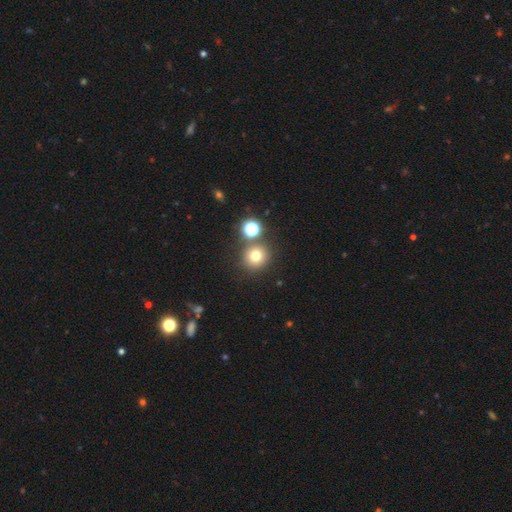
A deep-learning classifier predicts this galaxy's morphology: Smooth or featured? Predicted: smooth (p=0.73). How rounded? Predicted: round (p=0.91). Merging? Predicted: none (p=0.77).